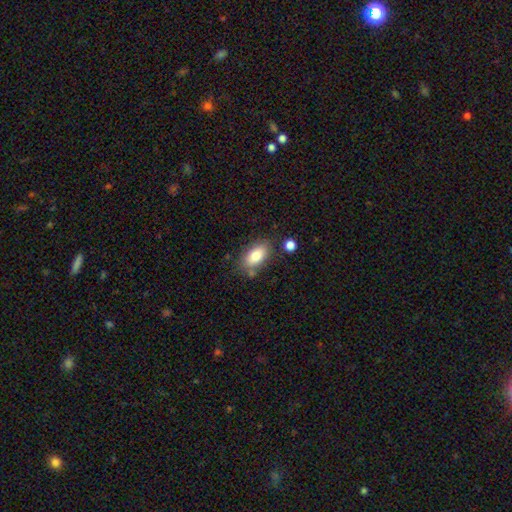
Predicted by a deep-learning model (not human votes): smooth_or_featured: smooth (p=0.80) [alt: featured or disk p=0.12]
how_rounded: in between (p=0.90) [alt: round p=0.05]
merging: none (p=0.75) [alt: minor disturbance p=0.14]